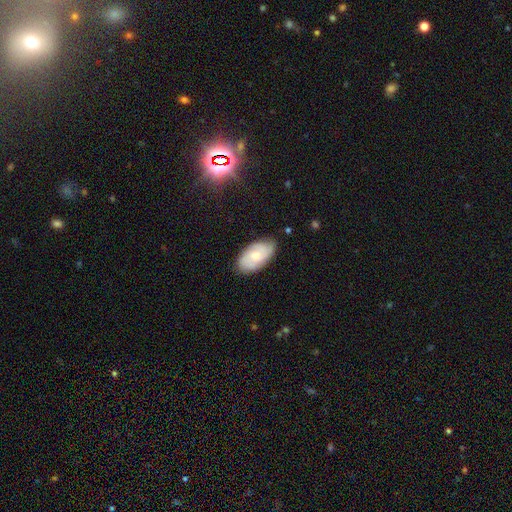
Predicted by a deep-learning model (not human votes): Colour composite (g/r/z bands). It shows a smooth galaxy with no disk features (54%) that is in between round and cigar-shaped (94%). Merging: none (76%).